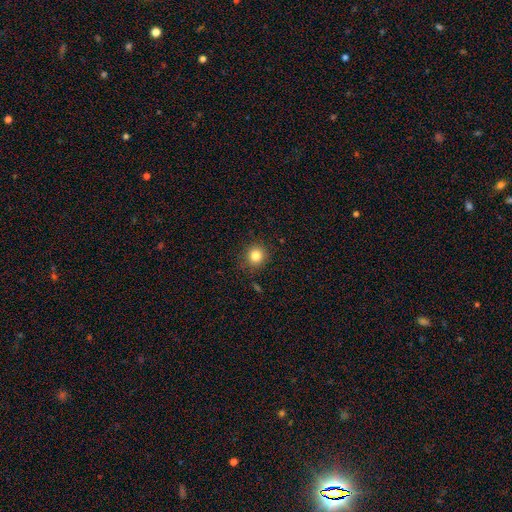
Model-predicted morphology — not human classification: type=smooth (83%); roundness=round (90%); merging=none (87%).